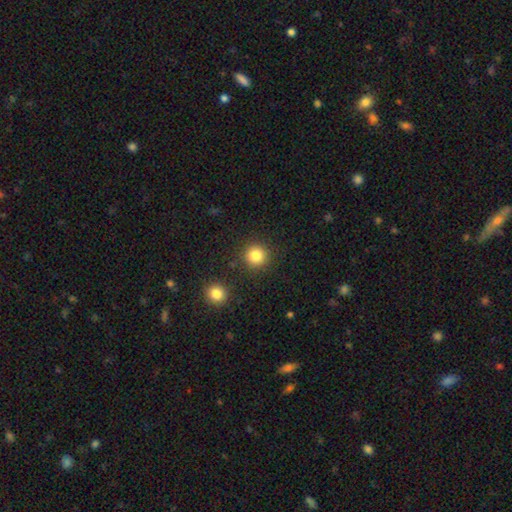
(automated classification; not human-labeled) Overall: smooth (84%). How rounded: round (94%). Merging: none (87%).